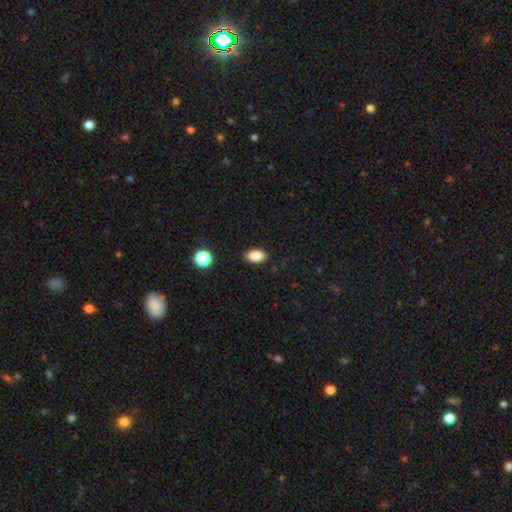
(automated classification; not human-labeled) smooth 87%, star or artifact 9%, featured or disk 4%. Down the decision tree: how rounded — in between (91%); merging — none (88%).